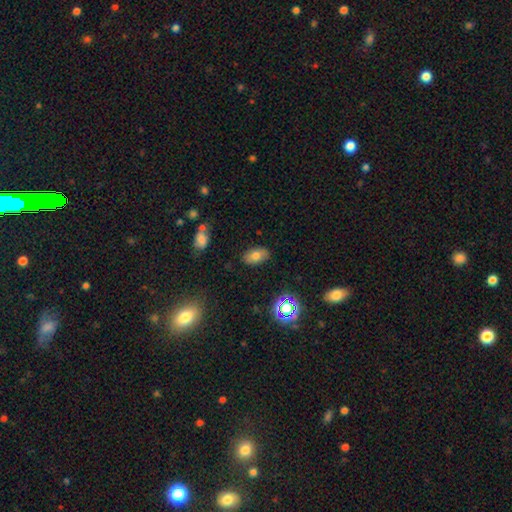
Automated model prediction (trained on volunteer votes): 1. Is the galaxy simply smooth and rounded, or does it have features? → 73% smooth, 14% featured or disk, 13% star or artifact.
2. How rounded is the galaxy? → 91% in between, 7% round, 2% cigar-shaped.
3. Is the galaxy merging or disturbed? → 84% none, 11% minor disturbance, 3% major disturbance, 2% merger.